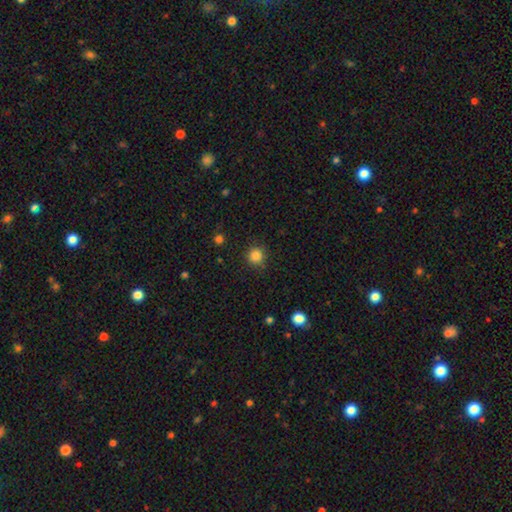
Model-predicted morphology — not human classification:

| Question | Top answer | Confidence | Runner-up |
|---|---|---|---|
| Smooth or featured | smooth | 85% | star or artifact (12%) |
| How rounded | round | 94% | in between (5%) |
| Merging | none | 89% | minor disturbance (8%) |